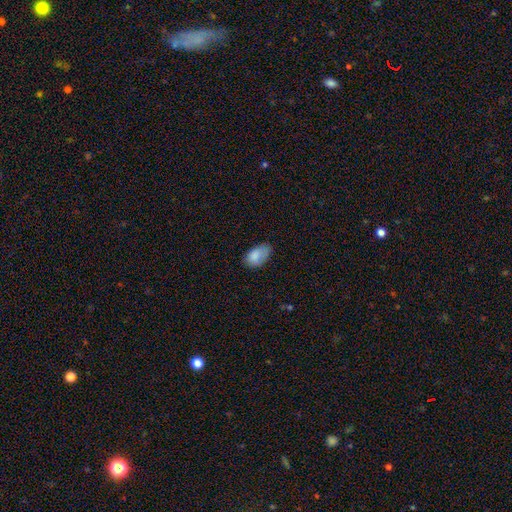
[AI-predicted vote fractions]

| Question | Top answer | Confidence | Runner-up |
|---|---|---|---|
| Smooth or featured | smooth | 83% | featured or disk (9%) |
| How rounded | in between | 92% | round (6%) |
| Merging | none | 53% | minor disturbance (35%) |